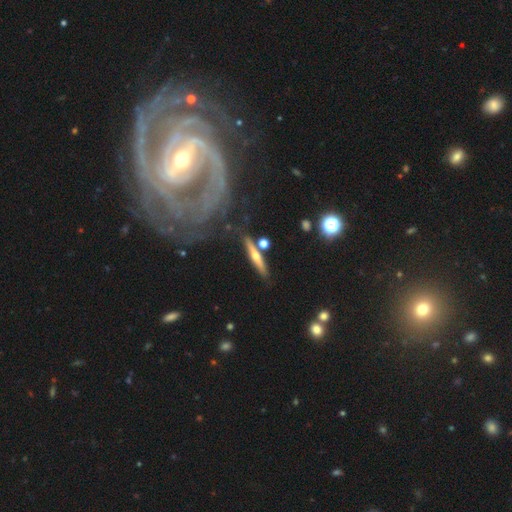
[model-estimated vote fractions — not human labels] Overall: featured or disk (55%; smooth 37%). Edge-on disk: yes (93%). Edge-on bulge: rounded (82%). Merging: none (78%).